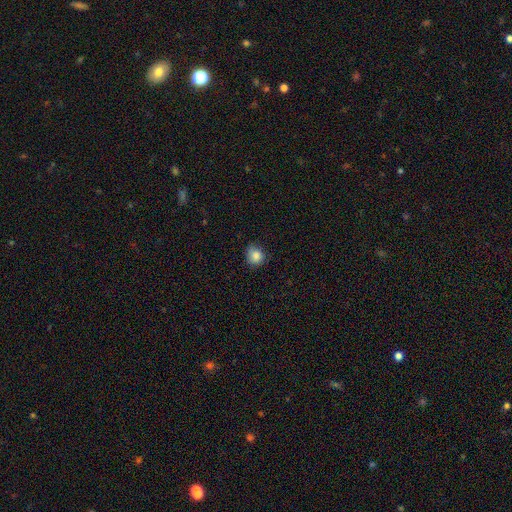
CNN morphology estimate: smooth 85%, star or artifact 10%, featured or disk 5%. Down the decision tree: how rounded — round (78%); merging — none (72%).